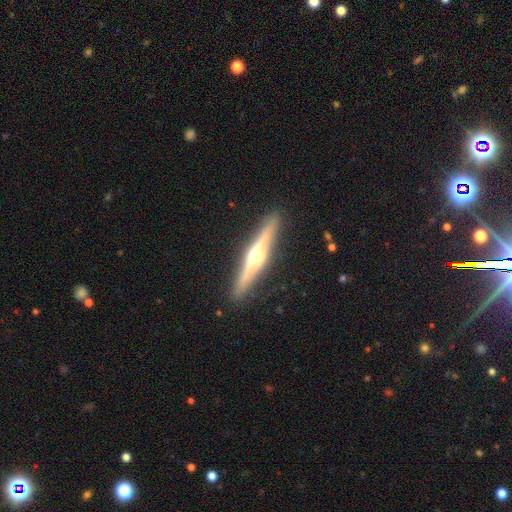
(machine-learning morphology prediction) Q: Smooth or featured?
A: featured or disk (75%); runner-up: smooth (20%)
Q: Edge-on disk?
A: yes (98%); runner-up: no (2%)
Q: Edge-on bulge?
A: rounded (92%); runner-up: boxy (4%)
Q: Merging?
A: none (91%); runner-up: minor disturbance (7%)